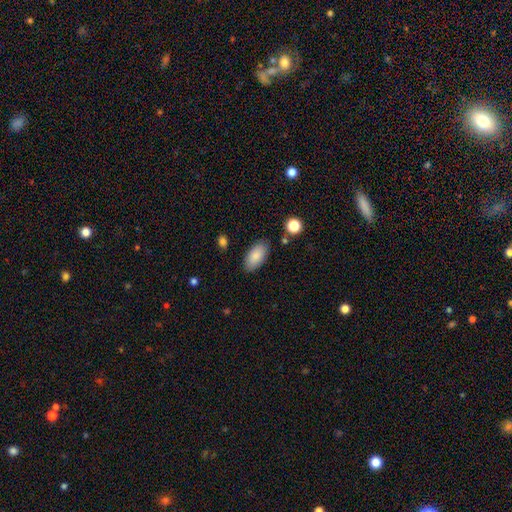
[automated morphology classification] type=smooth (86%); roundness=in between (93%); merging=none (83%).